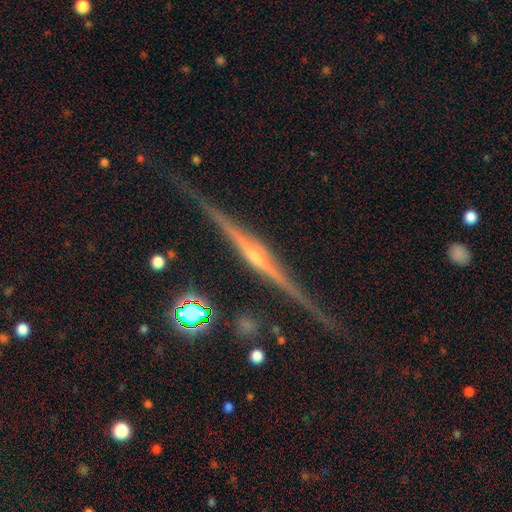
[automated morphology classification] Smooth or featured: featured or disk — 88% (star or artifact — 6%)
Edge-on disk: yes — 98% (no — 2%)
Edge-on bulge: rounded — 81% (boxy — 10%)
Merging: none — 83% (minor disturbance — 12%)